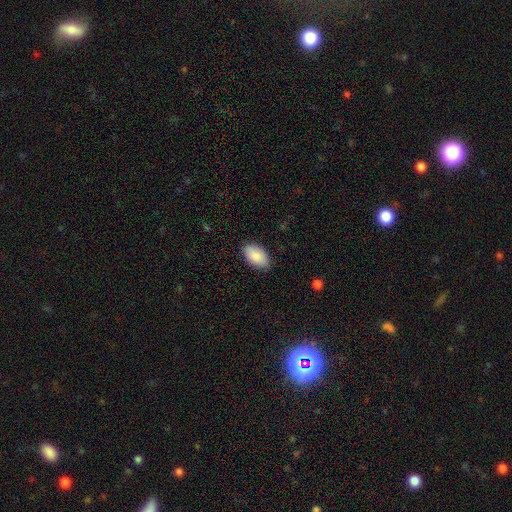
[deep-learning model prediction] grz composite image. It shows a smooth galaxy with no disk features (87%) that is in between round and cigar-shaped (94%). Merging: none (85%).